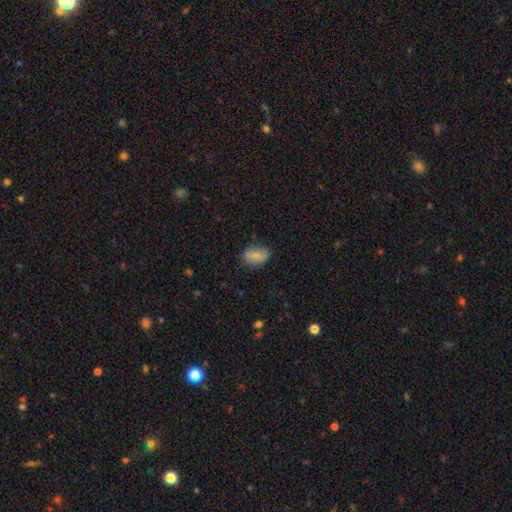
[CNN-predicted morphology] This is likely a smooth galaxy (78%). How rounded: clearly in between (82%). Merging: likely none (78%).